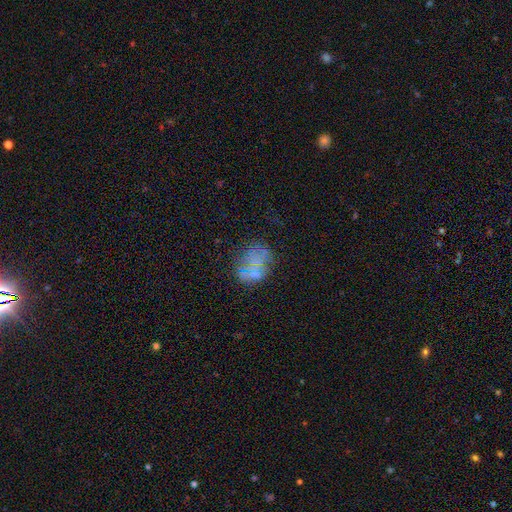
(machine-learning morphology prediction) A smooth galaxy with no disk features (50%). Merging: none (68%).